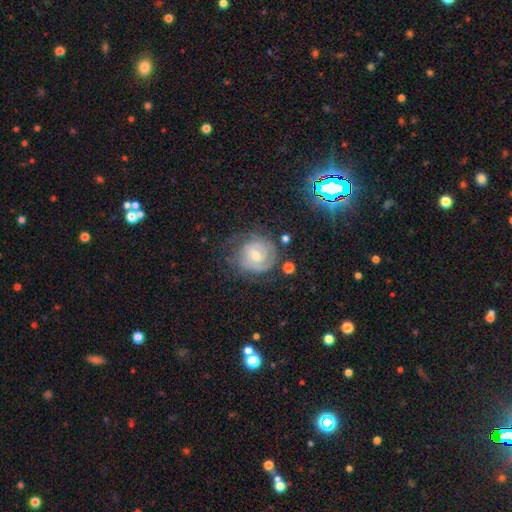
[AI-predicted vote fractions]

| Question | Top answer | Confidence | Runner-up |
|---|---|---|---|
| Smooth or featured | featured or disk | 76% | smooth (17%) |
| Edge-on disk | no | 98% | yes (2%) |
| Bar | no | 57% | weak (37%) |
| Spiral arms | yes | 91% | no (9%) |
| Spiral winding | tight | 69% | medium (24%) |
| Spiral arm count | can't tell | 38% | 2 (33%) |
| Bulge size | small | 52% | moderate (43%) |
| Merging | none | 62% | minor disturbance (22%) |